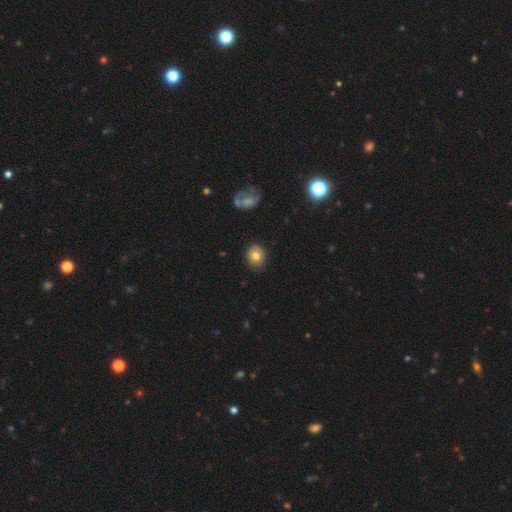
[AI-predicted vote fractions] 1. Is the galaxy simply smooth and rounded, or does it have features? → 77% smooth, 13% featured or disk, 10% star or artifact.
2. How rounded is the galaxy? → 74% round, 25% in between, 1% cigar-shaped.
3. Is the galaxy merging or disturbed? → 85% none, 11% minor disturbance, 2% major disturbance, 1% merger.